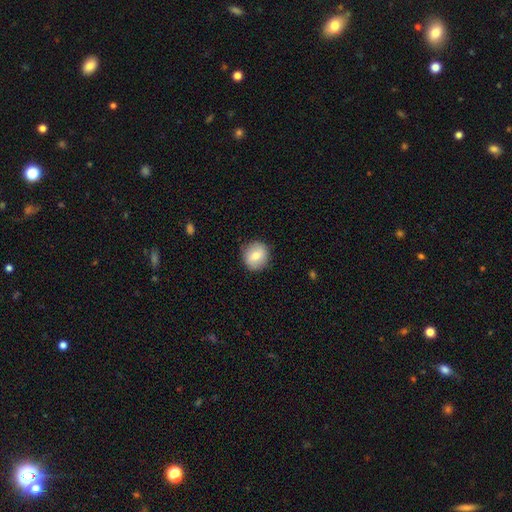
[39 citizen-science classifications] Smooth or featured? smooth (64%)
How rounded? round (84%)
Merging? none (92%)